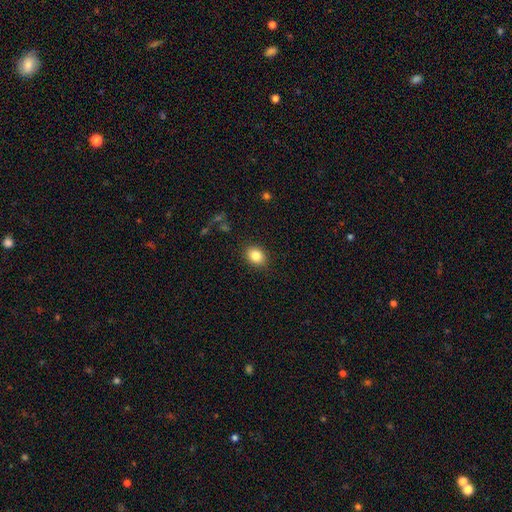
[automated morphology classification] This appears to be a smooth galaxy with no disk features (84%) that is in between round and cigar-shaped (56%). Merging: none (88%).